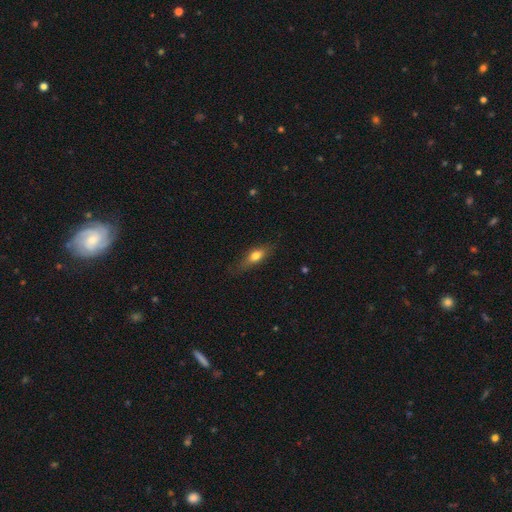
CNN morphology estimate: Smooth or featured? smooth (70%)
How rounded? in between (63%)
Merging? none (71%)